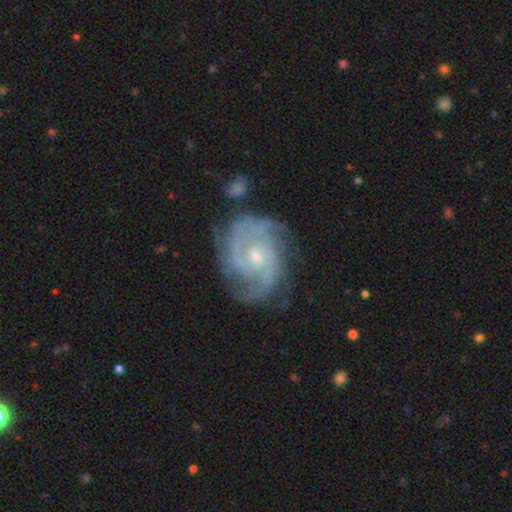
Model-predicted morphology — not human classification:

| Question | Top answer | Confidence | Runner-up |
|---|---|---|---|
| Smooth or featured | featured or disk | 91% | star or artifact (5%) |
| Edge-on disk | no | 98% | yes (2%) |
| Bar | no | 62% | weak (32%) |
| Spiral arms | yes | 98% | no (2%) |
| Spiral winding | tight | 59% | medium (35%) |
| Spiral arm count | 2 | 40% | 3 (29%) |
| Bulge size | small | 57% | moderate (39%) |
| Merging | none | 70% | minor disturbance (20%) |